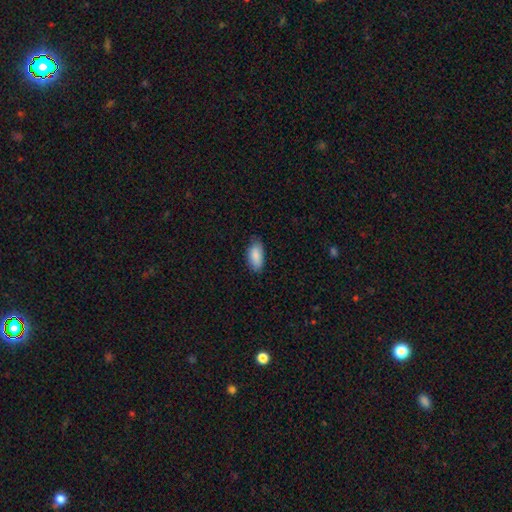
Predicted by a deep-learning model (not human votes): A smooth galaxy with no disk features (88%) that is in between round and cigar-shaped (91%).

Vote fractions:
- Smooth or featured? smooth: 88% / star or artifact: 6% / featured or disk: 6%
- How rounded? in between: 91% / cigar-shaped: 6% / round: 2%
- Merging? none: 77% / minor disturbance: 19% / major disturbance: 3% / merger: 1%